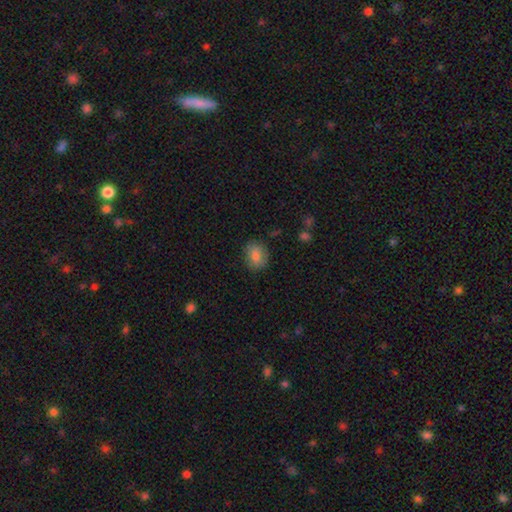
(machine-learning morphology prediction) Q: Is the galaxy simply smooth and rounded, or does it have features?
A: smooth — 84%.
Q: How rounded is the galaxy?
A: in between — 56%.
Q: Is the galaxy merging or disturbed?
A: none — 81%.